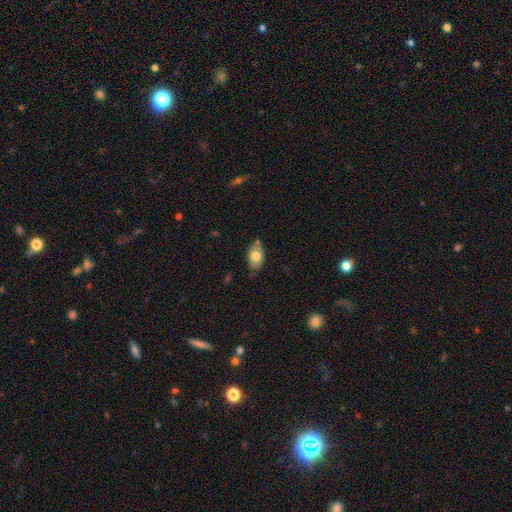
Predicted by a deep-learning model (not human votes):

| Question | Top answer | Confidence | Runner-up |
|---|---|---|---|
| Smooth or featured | smooth | 74% | featured or disk (19%) |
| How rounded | in between | 91% | round (7%) |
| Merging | none | 70% | minor disturbance (21%) |